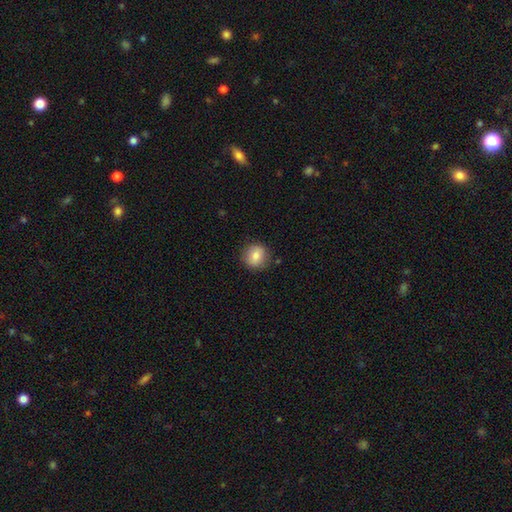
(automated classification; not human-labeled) Morphology: type=smooth (82%); roundness=round (86%); merging=none (86%).